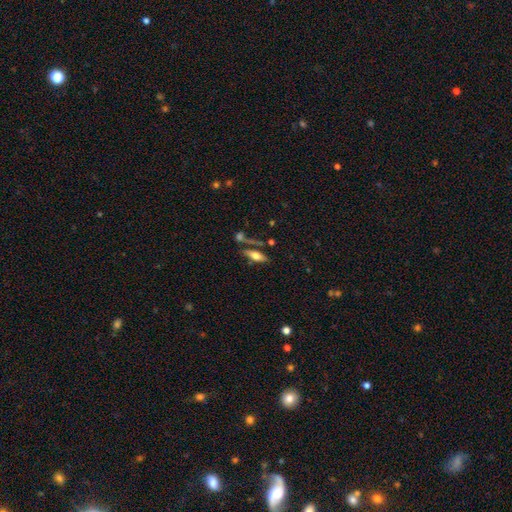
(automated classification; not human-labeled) smooth 49%, featured or disk 42%, star or artifact 8%. Down the decision tree: merging — none (64%).